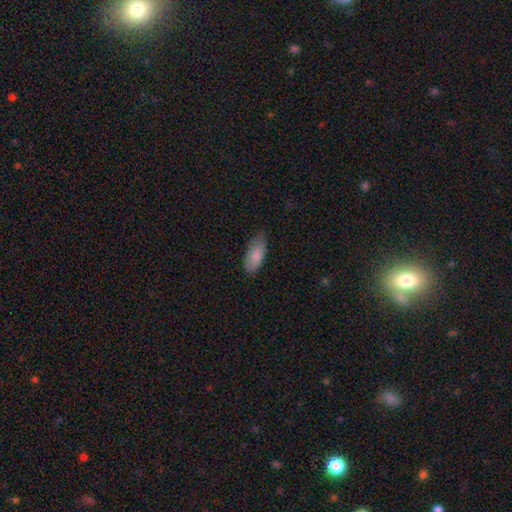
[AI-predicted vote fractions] smooth_or_featured: smooth (p=0.85) [alt: featured or disk p=0.09]
how_rounded: in between (p=0.84) [alt: cigar-shaped p=0.14]
merging: none (p=0.68) [alt: minor disturbance p=0.26]